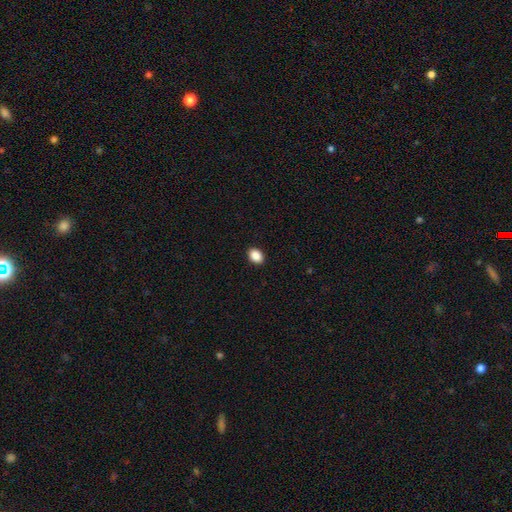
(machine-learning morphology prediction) smooth-or-featured: smooth: 89% | star or artifact: 8% | featured or disk: 3%
  how-rounded: in between: 74% | round: 25% | cigar-shaped: 1%
  merging: none: 91% | minor disturbance: 6% | major disturbance: 2% | merger: 1%